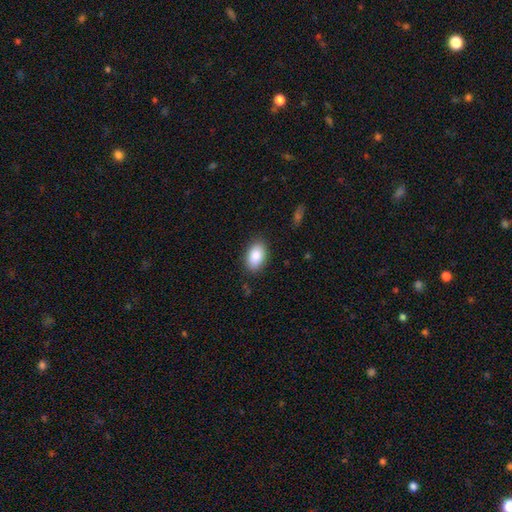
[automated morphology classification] This is clearly a smooth galaxy (88%). How rounded: clearly in between (91%). Merging: clearly none (86%).